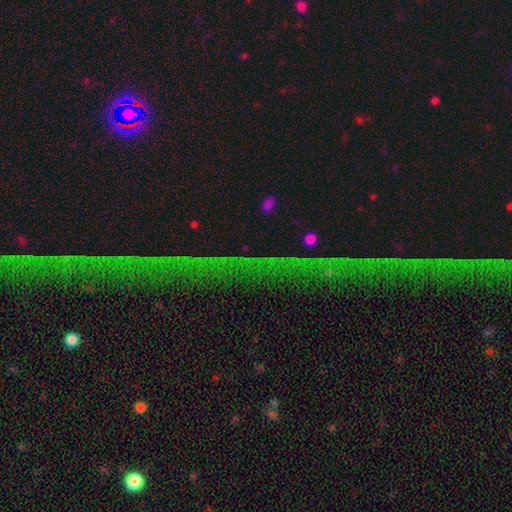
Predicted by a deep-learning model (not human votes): star or artifact 74%, featured or disk 14%, smooth 12%.